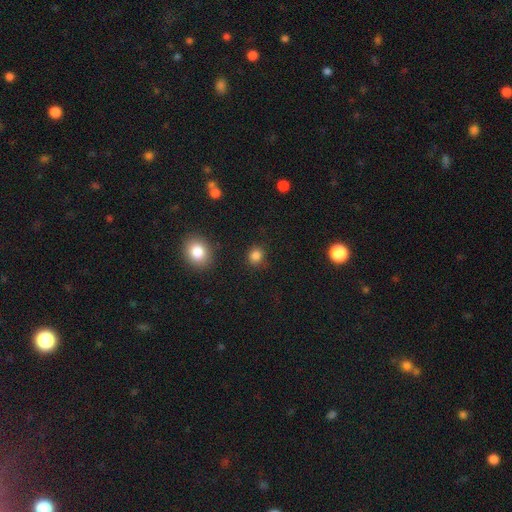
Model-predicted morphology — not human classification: The model was most divided on "how rounded": round: 82%, in between: 17%, cigar-shaped: 1%. More confident: merging — none (88%); smooth or featured — smooth (83%).